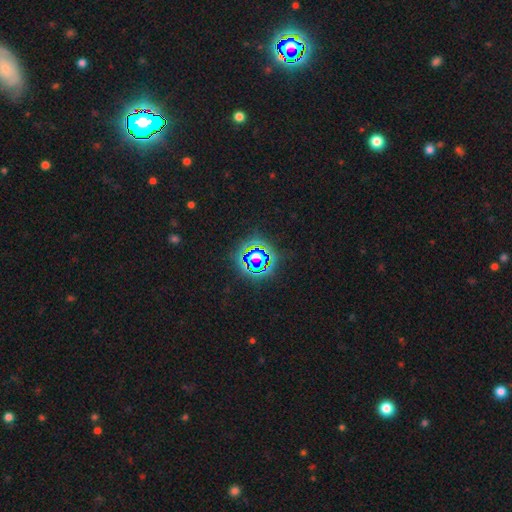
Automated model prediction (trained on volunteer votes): A star or artifact, not a galaxy (71%).